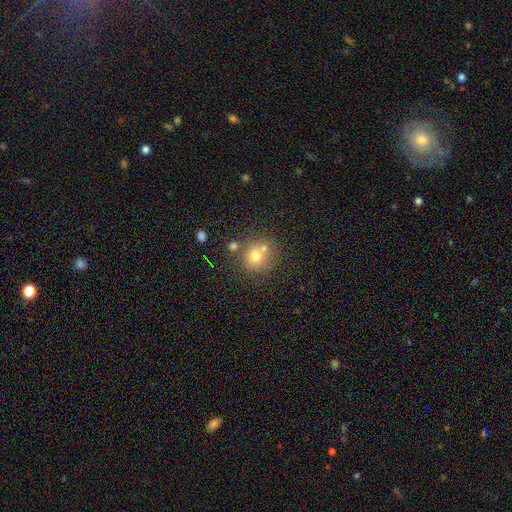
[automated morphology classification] type=smooth (70%); roundness=round (87%); merging=none (61%).